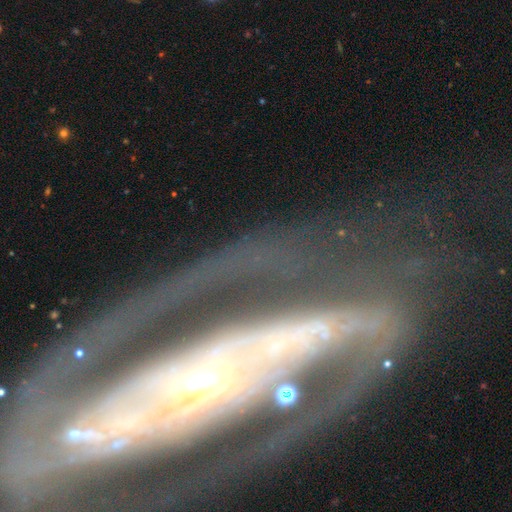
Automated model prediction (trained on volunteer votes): A featured or disk galaxy (82%) with a strong bar (49%), 2 (60%) tight (41%) spiral arms (79%) and a moderate central bulge (44%). Merging: none (55%).